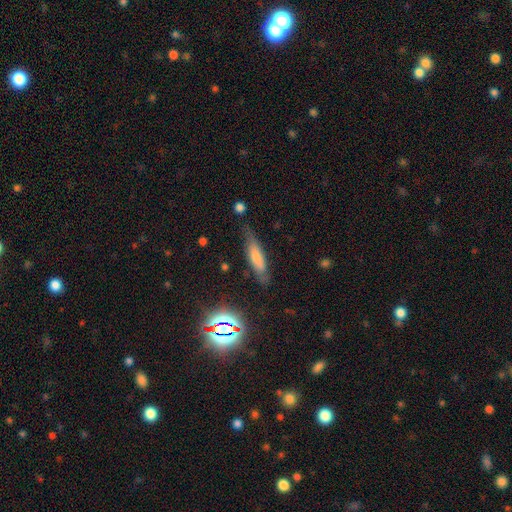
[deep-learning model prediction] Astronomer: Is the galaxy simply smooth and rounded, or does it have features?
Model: smooth — 60%.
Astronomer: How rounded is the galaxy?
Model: cigar-shaped — 69%.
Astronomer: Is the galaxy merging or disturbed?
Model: none — 70%.